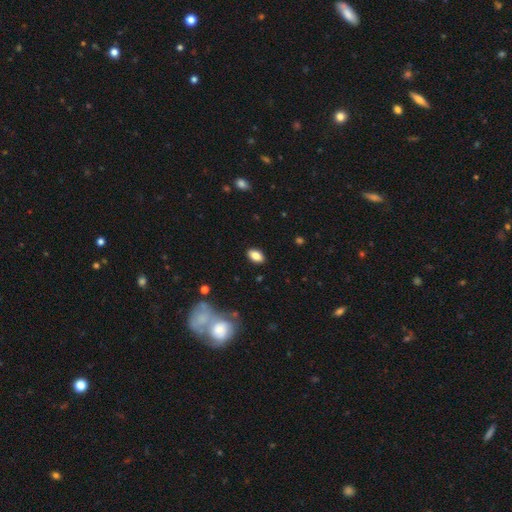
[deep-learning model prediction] Smooth or featured? Predicted: smooth (p=0.84). How rounded? Predicted: in between (p=0.92). Merging? Predicted: none (p=0.88).